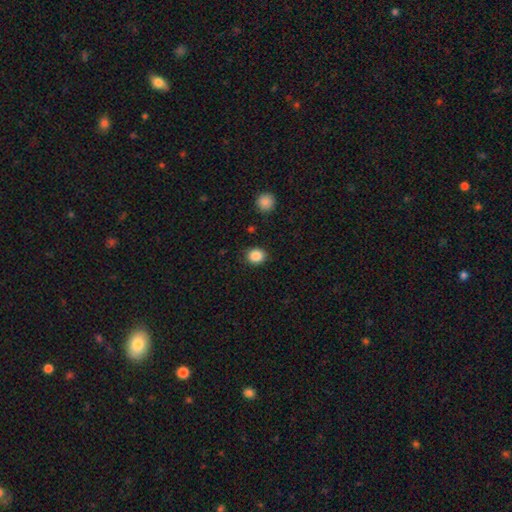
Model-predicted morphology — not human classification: type=smooth (87%); roundness=round (71%); merging=none (88%).